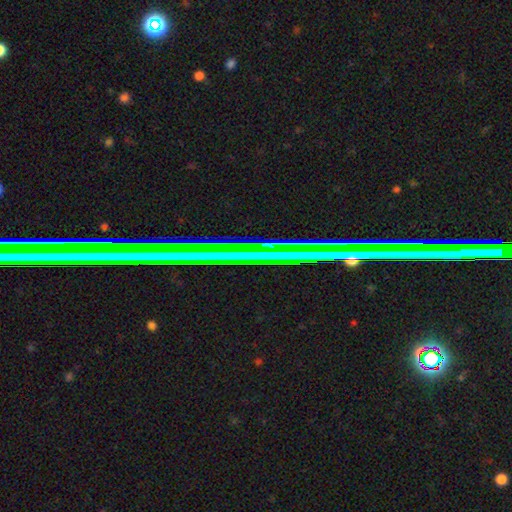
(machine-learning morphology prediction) type=star or artifact (70%).